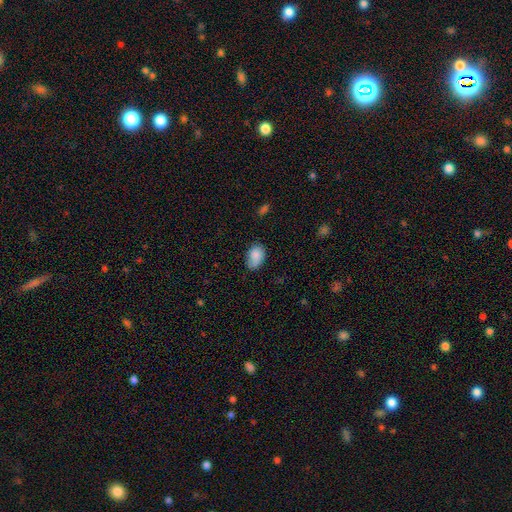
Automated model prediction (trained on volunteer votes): Smooth or featured? smooth (84%)
How rounded? in between (86%)
Merging? none (63%)